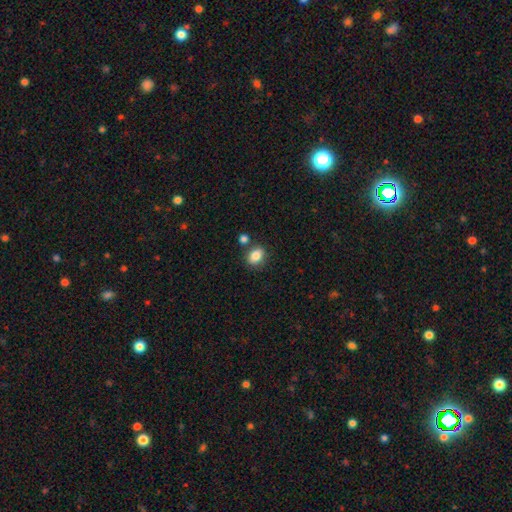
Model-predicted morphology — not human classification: A smooth galaxy with no disk features (85%) that is in between round and cigar-shaped (65%).

Vote fractions:
- Smooth or featured? smooth: 85% / star or artifact: 9% / featured or disk: 6%
- How rounded? in between: 65% / round: 33% / cigar-shaped: 1%
- Merging? none: 74% / minor disturbance: 12% / merger: 11% / major disturbance: 3%